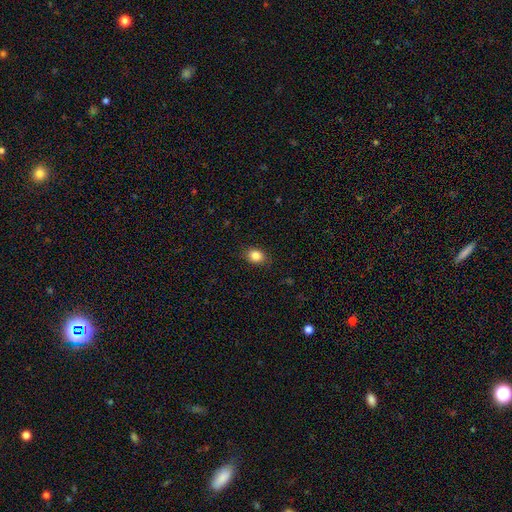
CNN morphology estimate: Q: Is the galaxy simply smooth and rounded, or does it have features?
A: smooth — 85%.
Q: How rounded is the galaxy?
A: in between — 55%.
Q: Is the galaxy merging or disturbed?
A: none — 86%.